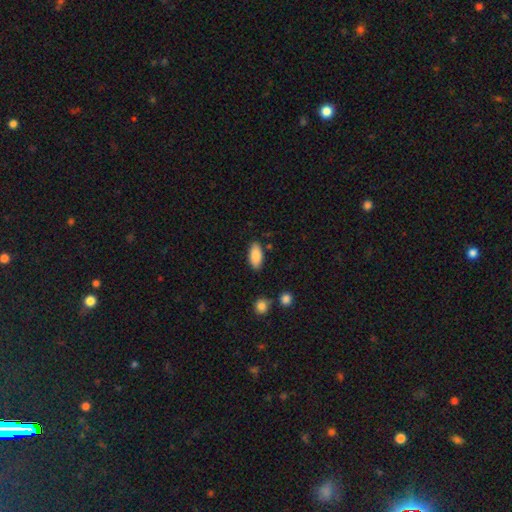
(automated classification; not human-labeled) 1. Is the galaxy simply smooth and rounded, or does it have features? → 86% smooth, 7% featured or disk, 7% star or artifact.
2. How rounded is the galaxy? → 90% in between, 7% cigar-shaped, 2% round.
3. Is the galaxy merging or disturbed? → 84% none, 12% minor disturbance, 3% major disturbance, 2% merger.